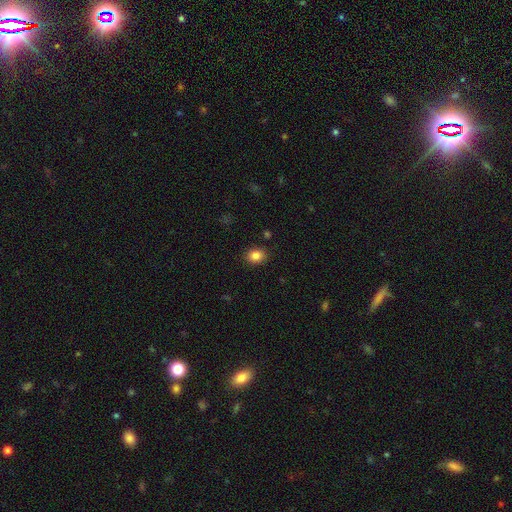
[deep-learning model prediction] smooth 84%, star or artifact 10%, featured or disk 6%. Down the decision tree: how rounded — in between (53%); merging — none (88%).